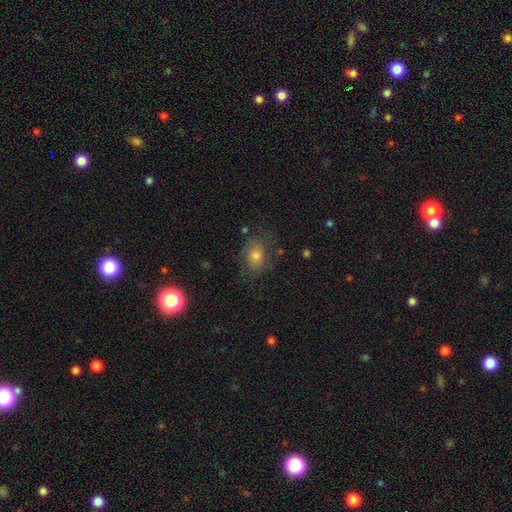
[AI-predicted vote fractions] A smooth galaxy with no disk features (60%) that is in between round and cigar-shaped (55%).

Vote fractions:
- Smooth or featured? smooth: 60% / featured or disk: 21% / star or artifact: 18%
- How rounded? in between: 55% / round: 44% / cigar-shaped: 1%
- Merging? none: 69% / minor disturbance: 19% / major disturbance: 10% / merger: 2%